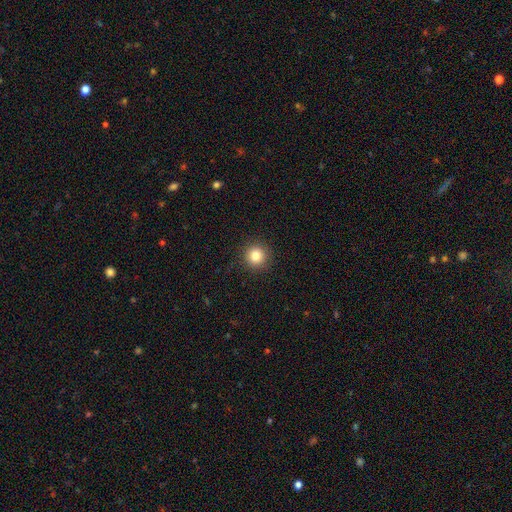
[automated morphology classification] A smooth galaxy with no disk features (83%) that is round (95%).

Vote fractions:
- Smooth or featured? smooth: 83% / star or artifact: 11% / featured or disk: 6%
- How rounded? round: 95% / in between: 4% / cigar-shaped: 1%
- Merging? none: 92% / minor disturbance: 5% / major disturbance: 2% / merger: 1%